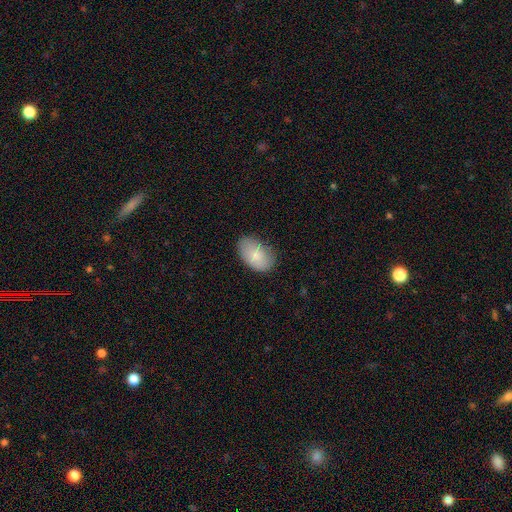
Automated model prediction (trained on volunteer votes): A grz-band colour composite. It shows a smooth galaxy with no disk features (81%) that is in between round and cigar-shaped (91%). Merging: none (75%).